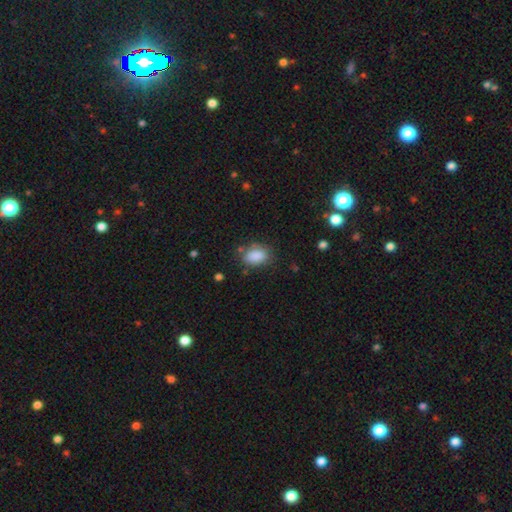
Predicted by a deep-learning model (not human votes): The model was most divided on "merging": none: 74%, minor disturbance: 18%, major disturbance: 5%, merger: 3%. More confident: smooth or featured — smooth (87%); how rounded — in between (86%).